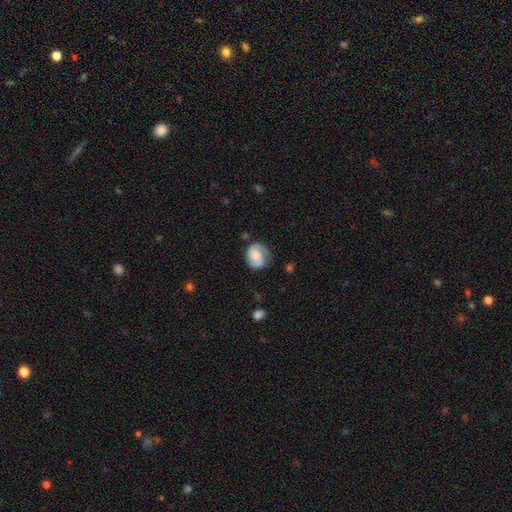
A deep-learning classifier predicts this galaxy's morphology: featured or disk 51%, smooth 41%, star or artifact 8%. Down the decision tree: edge-on disk — no (98%); merging — none (61%).